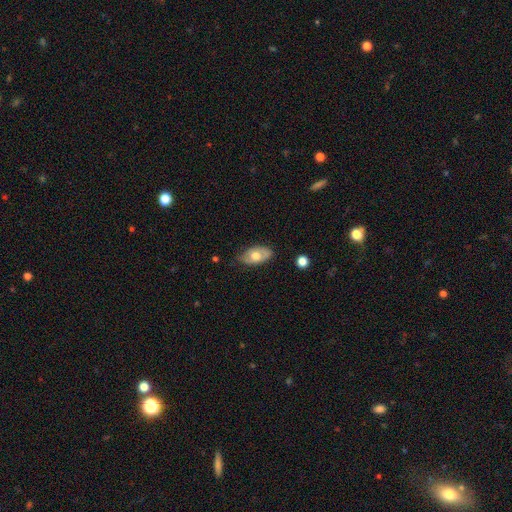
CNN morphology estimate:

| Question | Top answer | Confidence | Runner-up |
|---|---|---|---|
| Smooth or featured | smooth | 58% | featured or disk (36%) |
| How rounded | in between | 92% | round (6%) |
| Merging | none | 72% | minor disturbance (23%) |